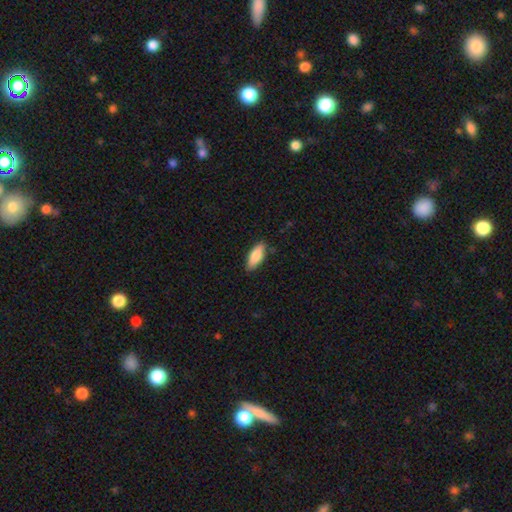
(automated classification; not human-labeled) smooth_or_featured: smooth (p=0.81) [alt: featured or disk p=0.13]
how_rounded: in between (p=0.72) [alt: cigar-shaped p=0.26]
merging: none (p=0.85) [alt: minor disturbance p=0.11]